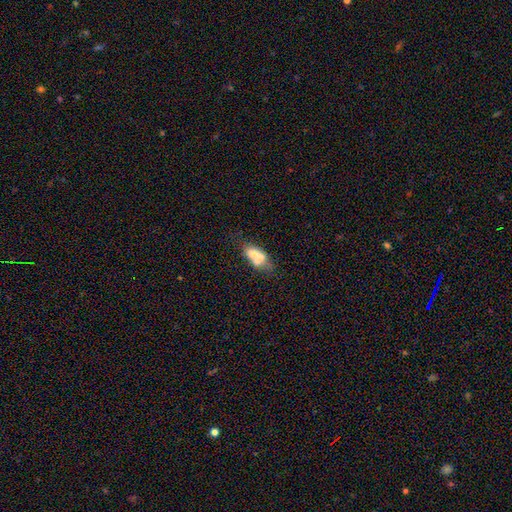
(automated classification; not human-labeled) Smooth or featured: smooth — 60% (featured or disk — 30%)
How rounded: in between — 84% (round — 10%)
Merging: merger — 32% (tied with none — 32%)